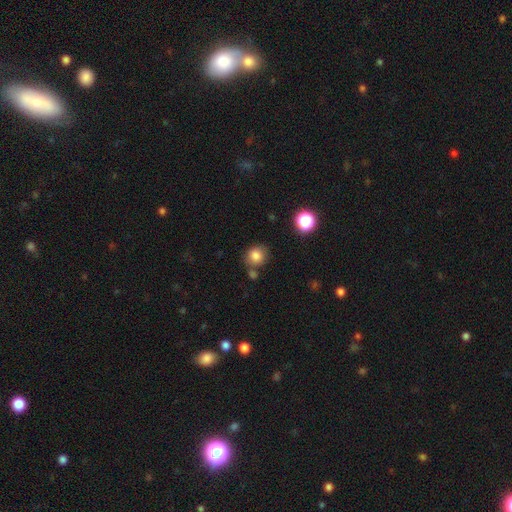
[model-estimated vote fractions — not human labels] Morphology: type=smooth (81%); roundness=round (80%); merging=none (73%).